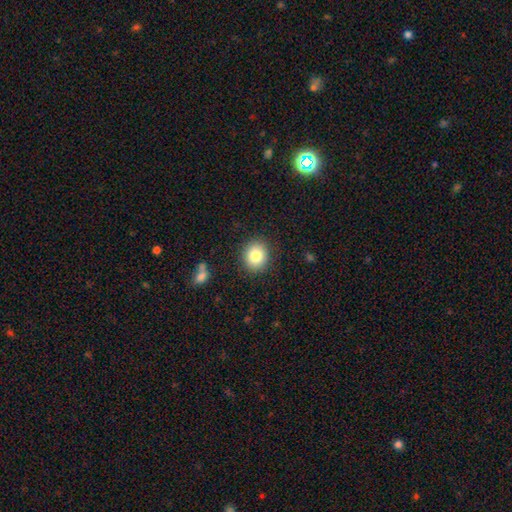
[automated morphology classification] Q: Smooth or featured?
A: smooth (83%); runner-up: star or artifact (10%)
Q: How rounded?
A: round (79%); runner-up: in between (21%)
Q: Merging?
A: none (88%); runner-up: minor disturbance (8%)